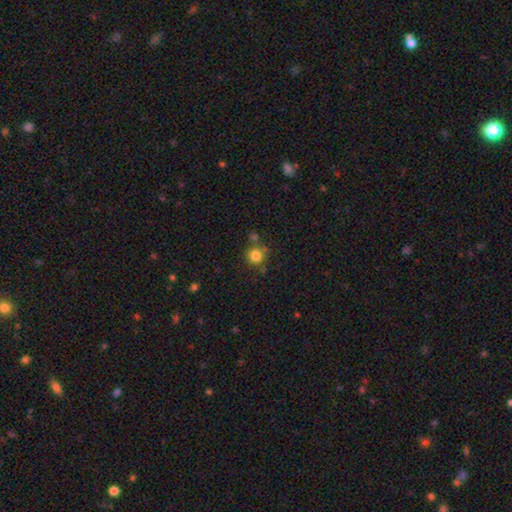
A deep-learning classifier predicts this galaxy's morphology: smooth-or-featured: smooth: 81% | star or artifact: 12% | featured or disk: 7%
  how-rounded: round: 93% | in between: 6% | cigar-shaped: 1%
  merging: none: 73% | merger: 12% | minor disturbance: 11% | major disturbance: 4%